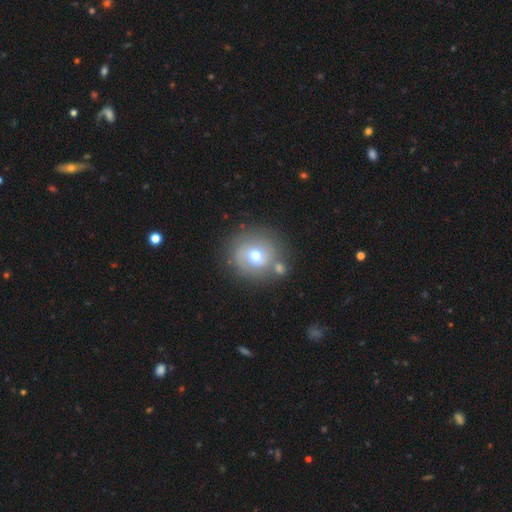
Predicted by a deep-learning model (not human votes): Smooth or featured? smooth (57%)
How rounded? round (87%)
Merging? none (65%)